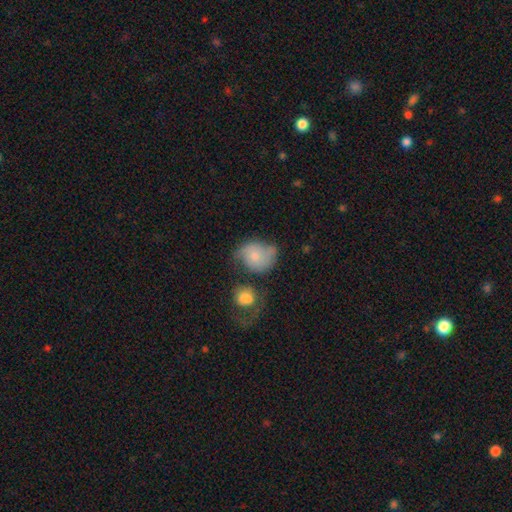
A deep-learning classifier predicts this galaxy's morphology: smooth-or-featured: smooth: 56% | featured or disk: 35% | star or artifact: 8%
  how-rounded: round: 57% | in between: 42% | cigar-shaped: 1%
  merging: none: 36% | minor disturbance: 27% | merger: 20% | major disturbance: 18%